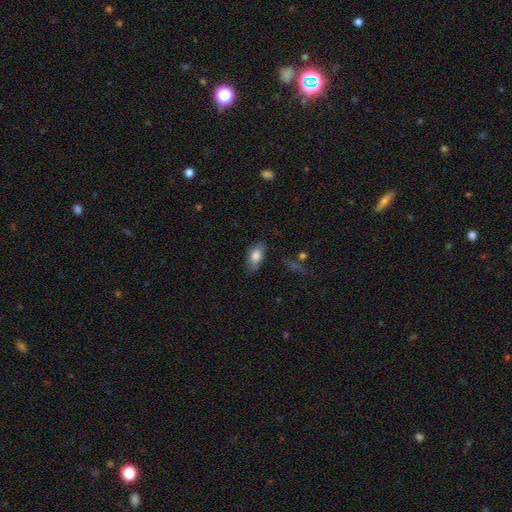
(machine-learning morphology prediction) Smooth or featured: smooth — 81% (featured or disk — 11%)
How rounded: in between — 88% (cigar-shaped — 7%)
Merging: none — 72% (minor disturbance — 21%)